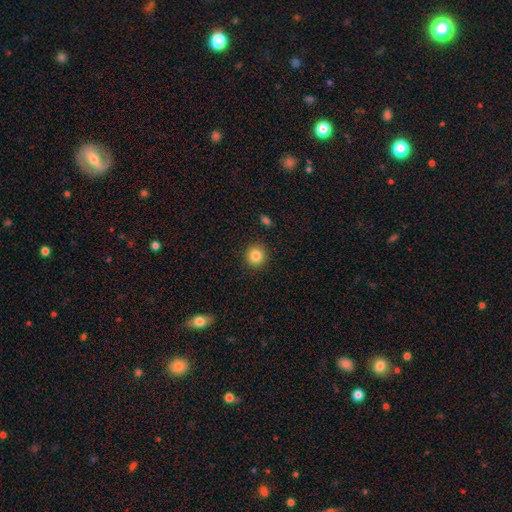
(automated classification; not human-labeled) smooth-or-featured: smooth: 85% | star or artifact: 10% | featured or disk: 5%
  how-rounded: round: 92% | in between: 7% | cigar-shaped: 1%
  merging: none: 91% | minor disturbance: 6% | major disturbance: 2% | merger: 1%